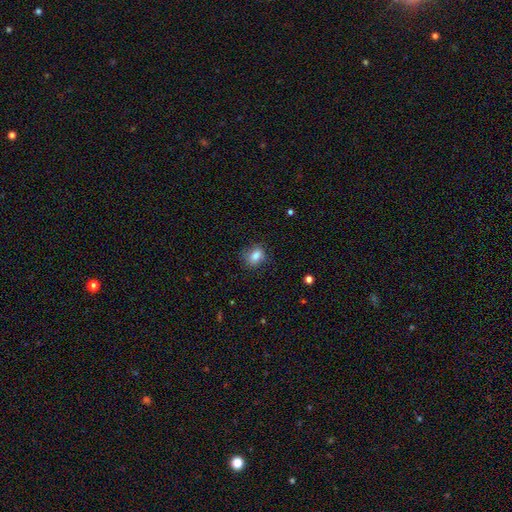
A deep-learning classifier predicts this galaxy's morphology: Smooth or featured? Predicted: smooth (p=0.83). How rounded? Predicted: in between (p=0.57). Merging? Predicted: none (p=0.77).